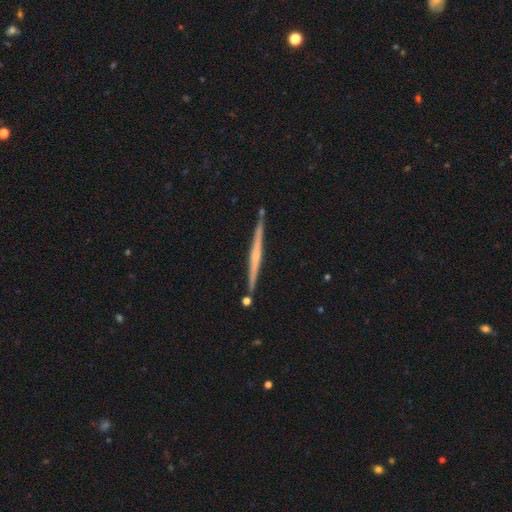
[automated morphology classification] Overall: featured or disk (73%). Edge-on disk: yes (98%). Edge-on bulge: none (47%; rounded 43%). Merging: none (88%).